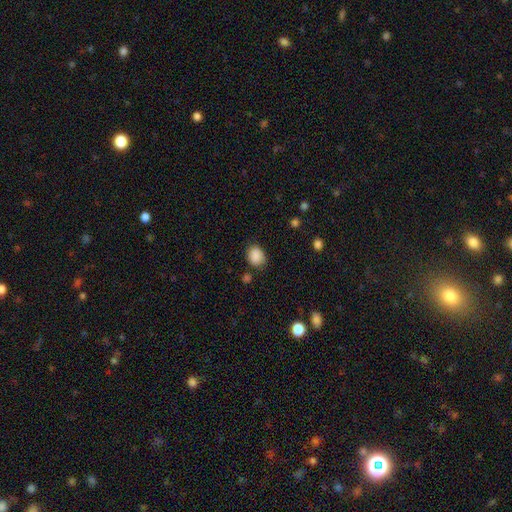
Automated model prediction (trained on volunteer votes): This appears to be a smooth galaxy with no disk features (88%) that is in between round and cigar-shaped (50%). Merging: none (73%).